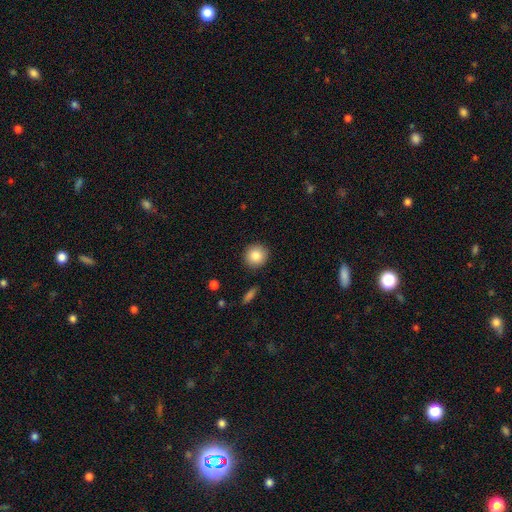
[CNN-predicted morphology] Smooth or featured?
  - smooth: 85% *
  - star or artifact: 8%
  - featured or disk: 7%
How rounded?
  - round: 91% *
  - in between: 8%
  - cigar-shaped: 1%
Merging?
  - none: 90% *
  - minor disturbance: 6%
  - major disturbance: 2%
  - merger: 1%